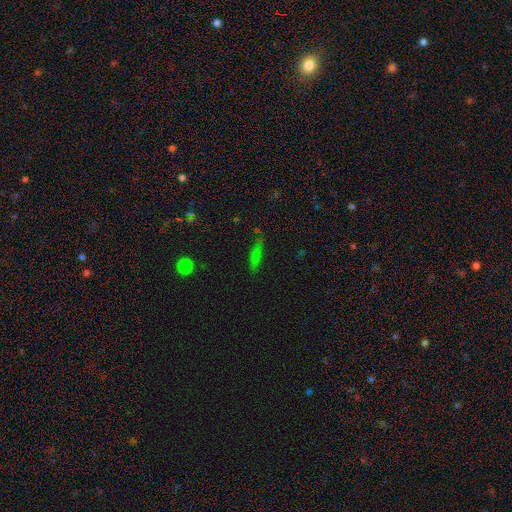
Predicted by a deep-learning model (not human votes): smooth_or_featured: smooth (p=0.64) [alt: star or artifact p=0.19]
how_rounded: cigar-shaped (p=0.67) [alt: in between p=0.29]
merging: none (p=0.77) [alt: minor disturbance p=0.15]